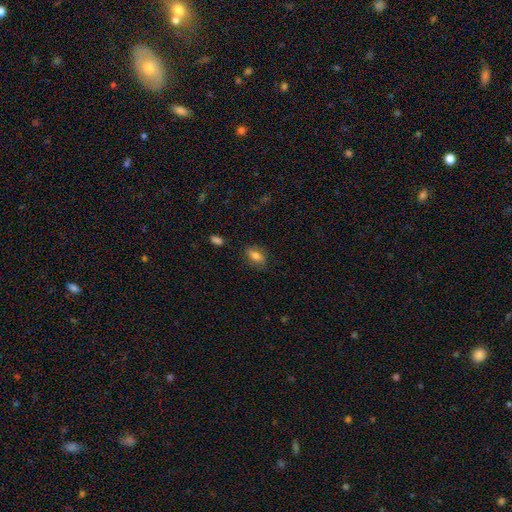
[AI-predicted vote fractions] A smooth galaxy with no disk features (74%) that is in between round and cigar-shaped (84%). Merging: none (78%).